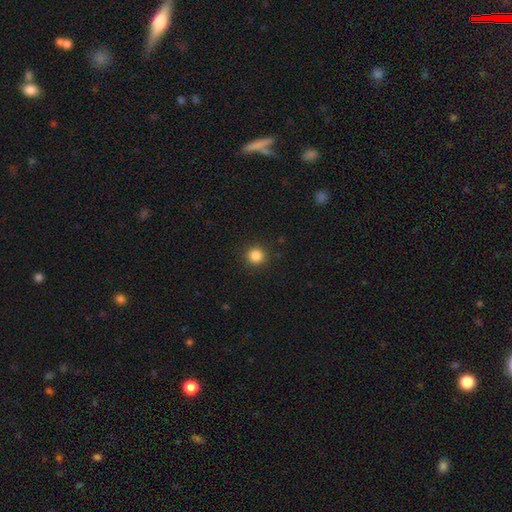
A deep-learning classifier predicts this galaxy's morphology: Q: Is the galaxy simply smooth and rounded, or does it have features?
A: smooth — 86%.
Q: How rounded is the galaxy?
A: round — 94%.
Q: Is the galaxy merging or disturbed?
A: none — 91%.